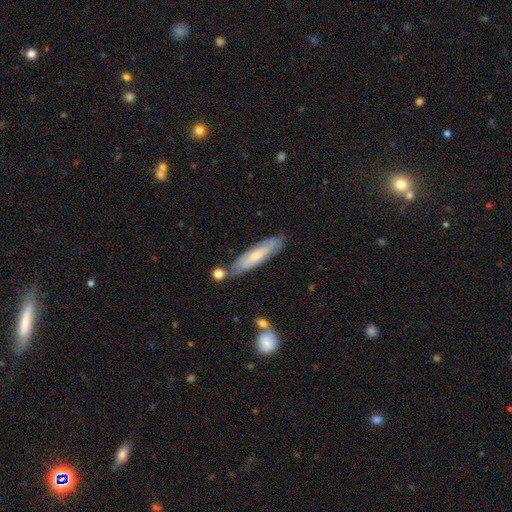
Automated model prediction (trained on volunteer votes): Smooth or featured?
  - smooth: 51% *
  - featured or disk: 42%
  - star or artifact: 6%
How rounded?
  - cigar-shaped: 80% *
  - in between: 19%
  - round: 2%
Merging?
  - none: 75% *
  - minor disturbance: 16%
  - merger: 6%
  - major disturbance: 4%